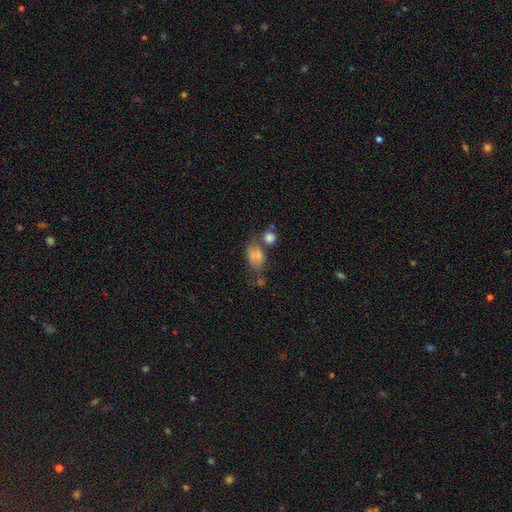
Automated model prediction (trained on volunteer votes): A smooth galaxy with no disk features (69%) that is in between round and cigar-shaped (75%).

Vote fractions:
- Smooth or featured? smooth: 69% / featured or disk: 18% / star or artifact: 12%
- How rounded? in between: 75% / round: 22% / cigar-shaped: 2%
- Merging? none: 33% / merger: 28% / minor disturbance: 22% / major disturbance: 17%